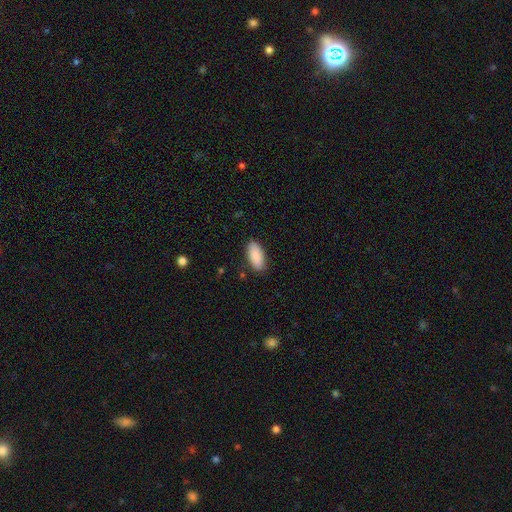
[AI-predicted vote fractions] smooth 89%, star or artifact 6%, featured or disk 5%. Down the decision tree: how rounded — in between (90%); merging — none (86%).